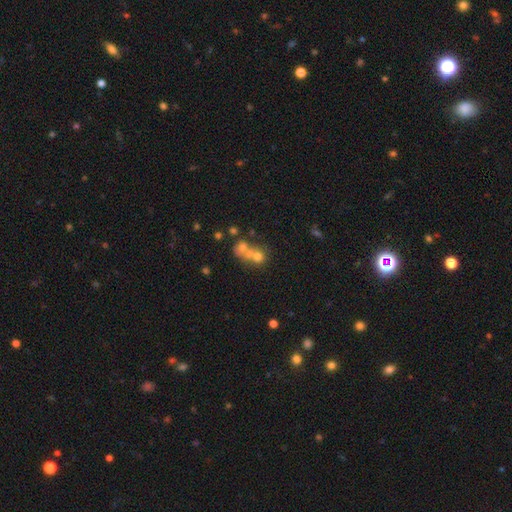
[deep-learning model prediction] The model was most divided on "merging": merger: 57%, none: 32%, minor disturbance: 6%, major disturbance: 5%. More confident: how rounded — round (76%); smooth or featured — smooth (52%).